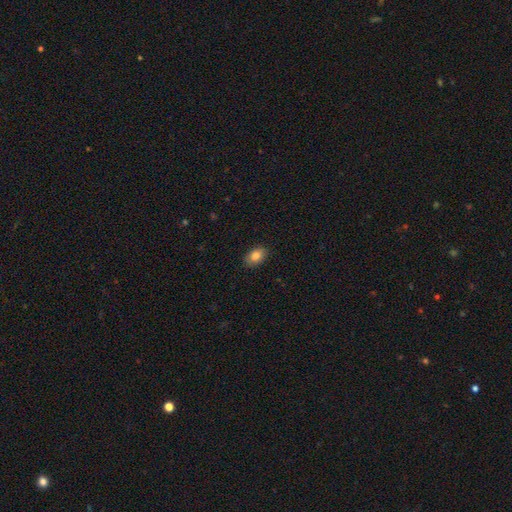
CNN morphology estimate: Smooth or featured: smooth — 83% (featured or disk — 9%)
How rounded: in between — 85% (round — 14%)
Merging: none — 88% (minor disturbance — 9%)